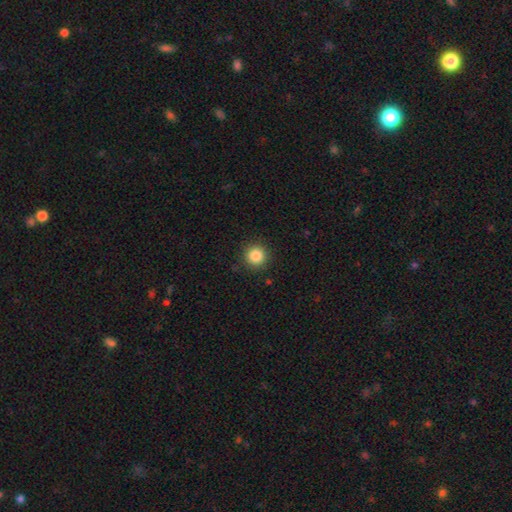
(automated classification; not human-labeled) smooth_or_featured: smooth (p=0.85) [alt: star or artifact p=0.11]
how_rounded: round (p=0.95) [alt: in between p=0.04]
merging: none (p=0.90) [alt: minor disturbance p=0.06]